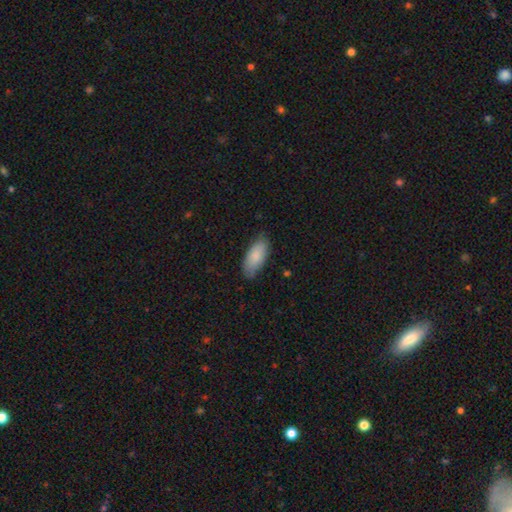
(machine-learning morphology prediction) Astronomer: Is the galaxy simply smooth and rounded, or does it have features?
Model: smooth — 85%.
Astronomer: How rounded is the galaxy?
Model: in between — 88%.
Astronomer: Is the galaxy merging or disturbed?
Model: none — 78%.